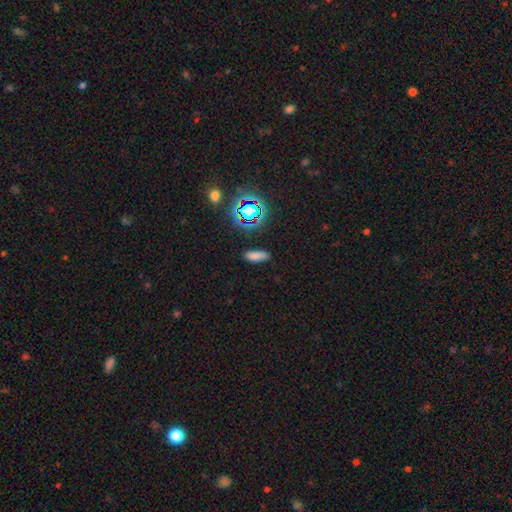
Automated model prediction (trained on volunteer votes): Smooth or featured?
  - smooth: 74% *
  - star or artifact: 19%
  - featured or disk: 7%
How rounded?
  - in between: 66% *
  - cigar-shaped: 29%
  - round: 4%
Merging?
  - none: 85% *
  - minor disturbance: 10%
  - major disturbance: 3%
  - merger: 2%